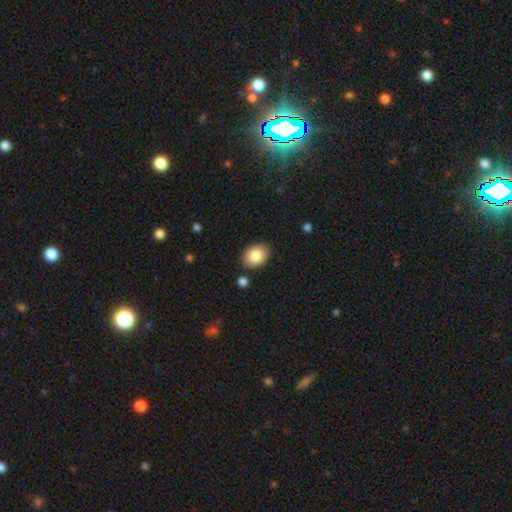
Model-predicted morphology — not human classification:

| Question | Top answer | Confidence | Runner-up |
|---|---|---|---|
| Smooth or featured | smooth | 85% | featured or disk (8%) |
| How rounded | in between | 72% | round (27%) |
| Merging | none | 86% | minor disturbance (9%) |